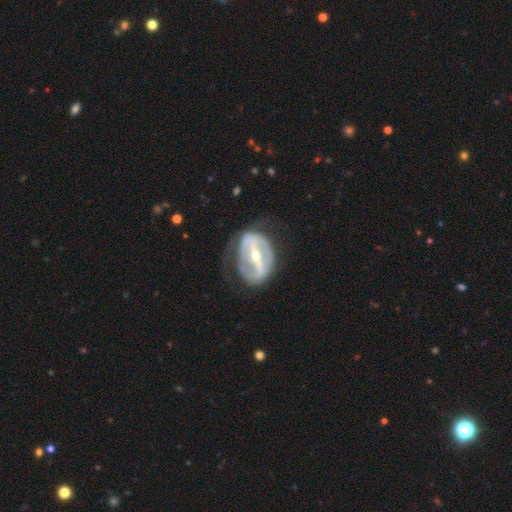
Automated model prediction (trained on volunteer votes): This appears to be a featured or disk galaxy (82%) with a strong bar (79%), spiral arms (53%) and a small central bulge (51%). Merging: none (60%).